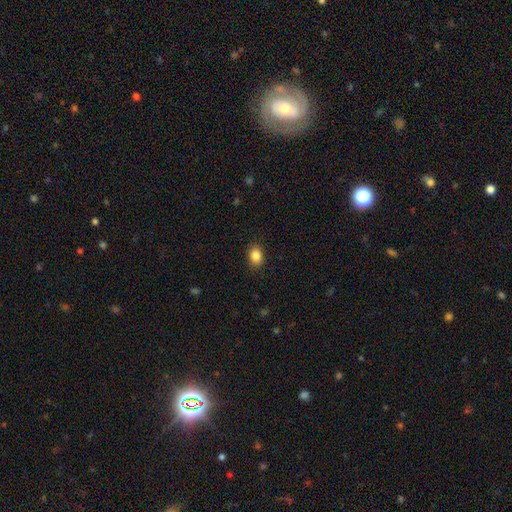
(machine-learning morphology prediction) smooth-or-featured: smooth: 86% | star or artifact: 9% | featured or disk: 5%
  how-rounded: in between: 69% | round: 30% | cigar-shaped: 1%
  merging: none: 88% | minor disturbance: 9% | major disturbance: 2% | merger: 1%